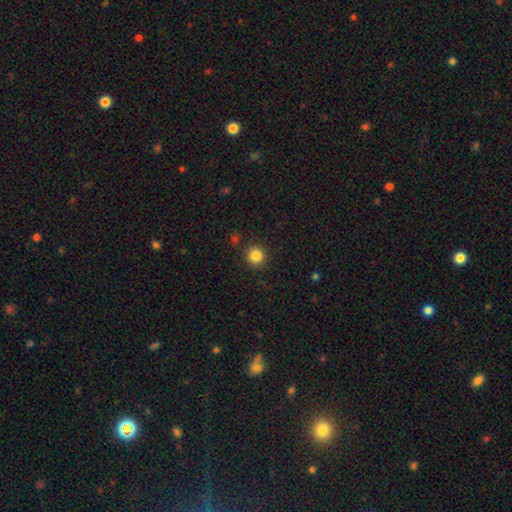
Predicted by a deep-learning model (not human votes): This is clearly a smooth galaxy (84%). How rounded: clearly round (94%). Merging: clearly none (90%).